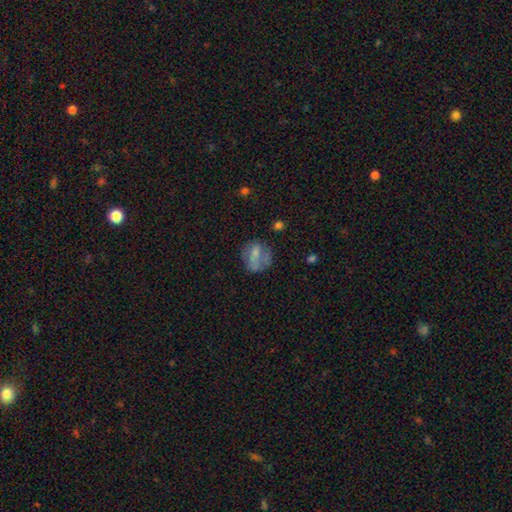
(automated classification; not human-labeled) Q: Smooth or featured?
A: smooth (58%); runner-up: featured or disk (31%)
Q: How rounded?
A: round (54%); runner-up: in between (44%)
Q: Merging?
A: none (48%); runner-up: minor disturbance (26%)